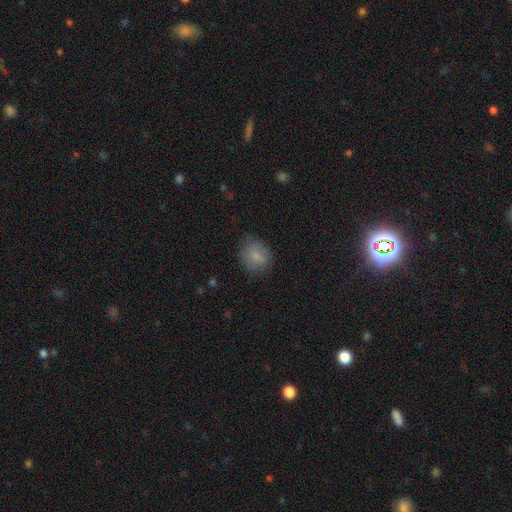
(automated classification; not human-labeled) Overall: smooth (80%). How rounded: round (62%; in between 36%). Merging: none (74%).